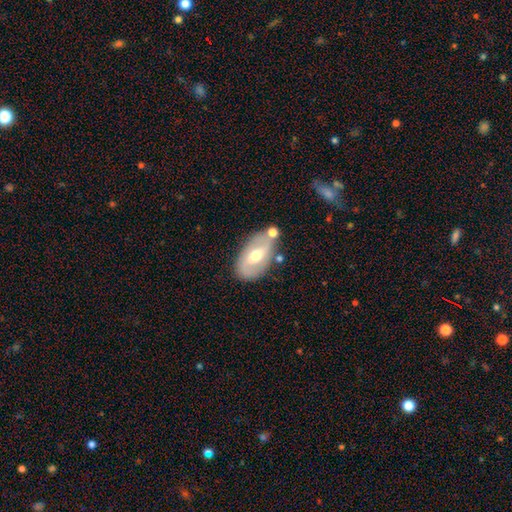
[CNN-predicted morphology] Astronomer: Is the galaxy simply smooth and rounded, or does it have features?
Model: featured or disk — 63%.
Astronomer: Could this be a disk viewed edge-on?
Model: no — 91%.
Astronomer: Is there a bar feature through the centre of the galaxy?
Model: weak — 45% (runner-up: no, 28%).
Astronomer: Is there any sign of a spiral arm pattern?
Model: yes — 66%.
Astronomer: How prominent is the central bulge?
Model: moderate — 67%.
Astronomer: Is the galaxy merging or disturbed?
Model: none — 70%.